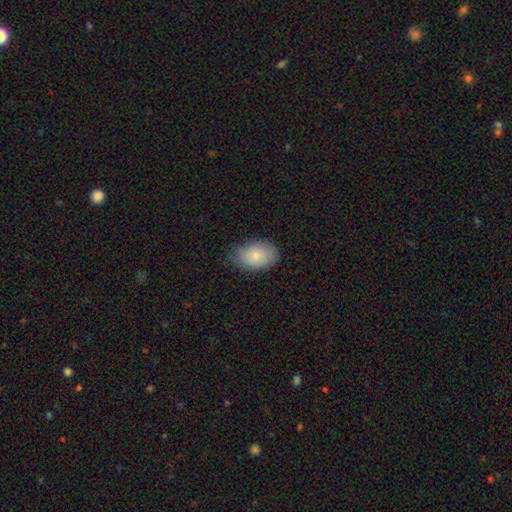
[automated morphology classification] Smooth or featured?
  - smooth: 80% *
  - featured or disk: 13%
  - star or artifact: 7%
How rounded?
  - in between: 87% *
  - round: 12%
  - cigar-shaped: 1%
Merging?
  - none: 72% *
  - minor disturbance: 23%
  - major disturbance: 4%
  - merger: 1%